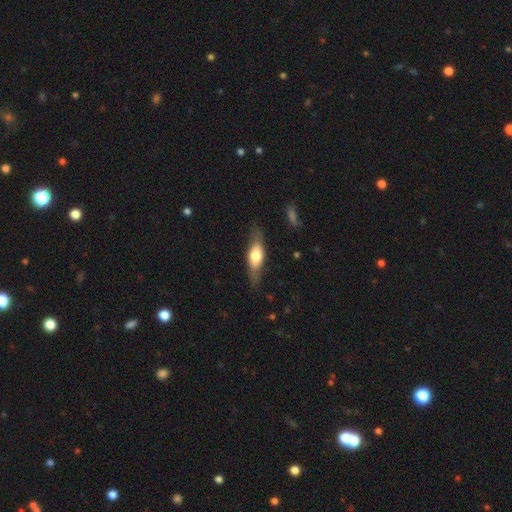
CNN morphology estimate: Smooth or featured: smooth — 54% (featured or disk — 41%)
How rounded: in between — 55% (cigar-shaped — 42%)
Merging: none — 77% (minor disturbance — 17%)